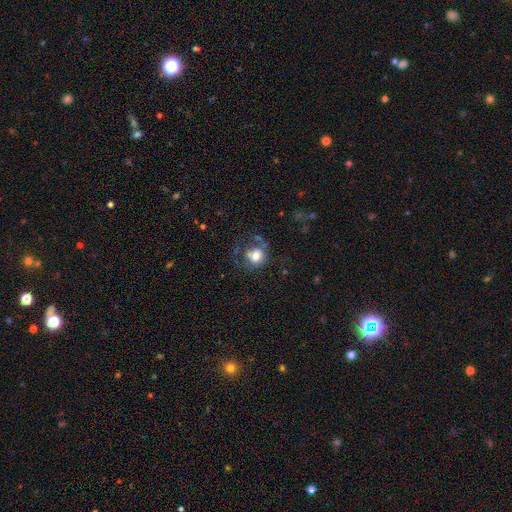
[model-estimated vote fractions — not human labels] Smooth or featured?
  - smooth: 70% *
  - featured or disk: 19%
  - star or artifact: 11%
How rounded?
  - round: 77% *
  - in between: 22%
  - cigar-shaped: 1%
Merging?
  - none: 45% *
  - major disturbance: 25%
  - minor disturbance: 22%
  - merger: 7%